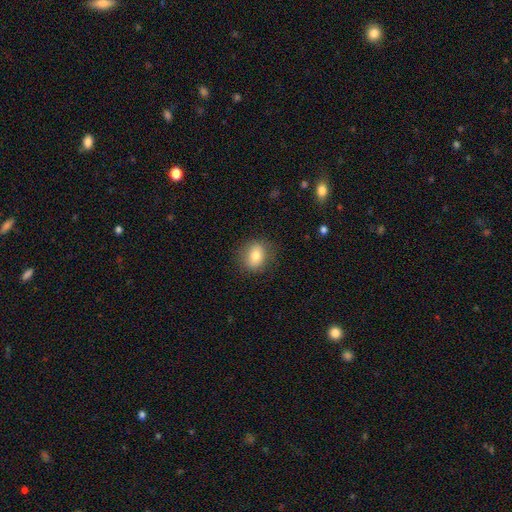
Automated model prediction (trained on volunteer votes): Q: Smooth or featured?
A: smooth (78%); runner-up: featured or disk (13%)
Q: How rounded?
A: round (49%); tied with: in between (49%)
Q: Merging?
A: none (83%); runner-up: minor disturbance (12%)